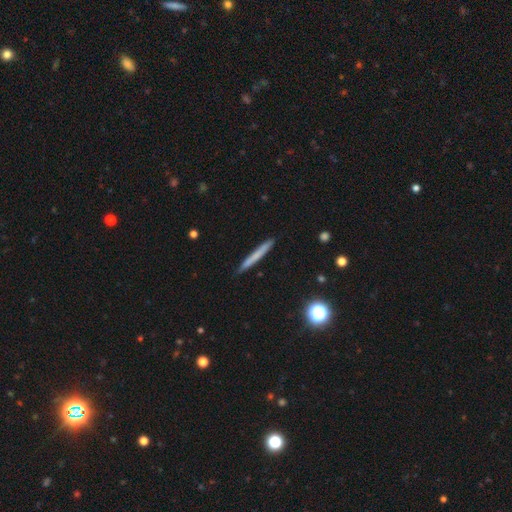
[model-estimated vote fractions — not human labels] This is likely a smooth galaxy (64%). How rounded: clearly cigar-shaped (96%). Merging: clearly none (89%).